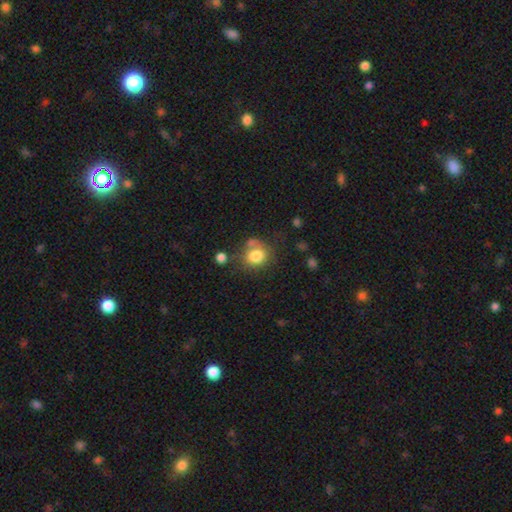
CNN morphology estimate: smooth-or-featured: smooth: 80% | featured or disk: 10% | star or artifact: 10%
  how-rounded: round: 75% | in between: 24% | cigar-shaped: 1%
  merging: none: 55% | minor disturbance: 20% | merger: 16% | major disturbance: 10%